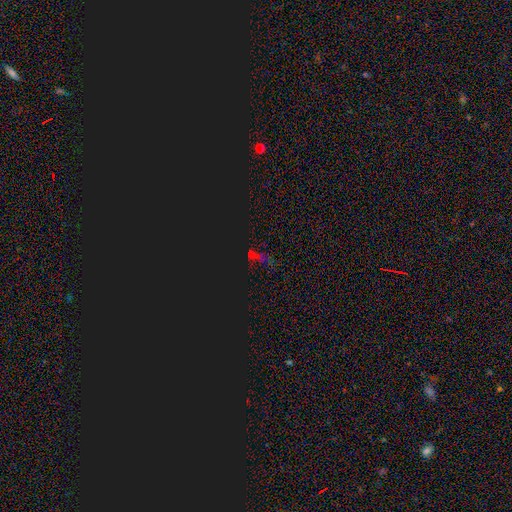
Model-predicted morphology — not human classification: smooth-or-featured: star or artifact: 74% | smooth: 16% | featured or disk: 9%